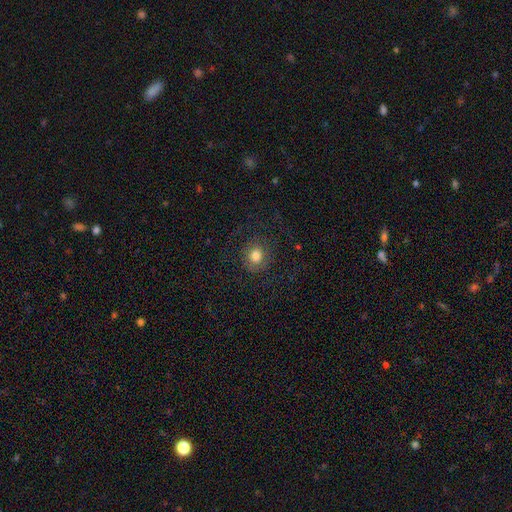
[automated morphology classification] Smooth or featured? smooth (70%)
How rounded? round (83%)
Merging? none (75%)